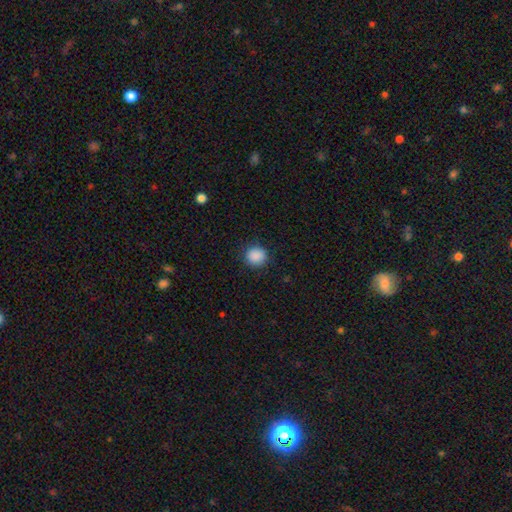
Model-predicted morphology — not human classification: Smooth or featured? smooth (89%)
How rounded? round (87%)
Merging? none (89%)